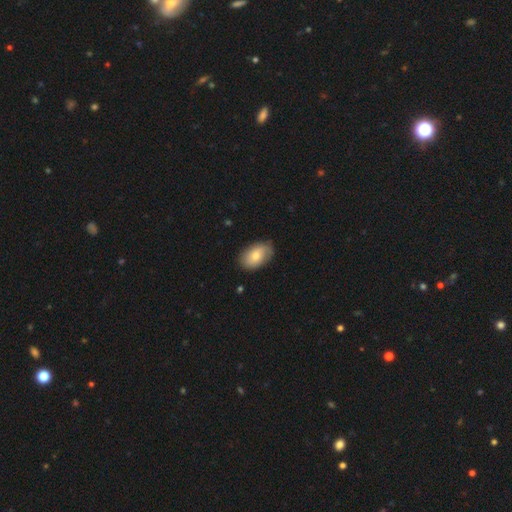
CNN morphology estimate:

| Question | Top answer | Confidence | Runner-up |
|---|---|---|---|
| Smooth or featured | smooth | 71% | featured or disk (23%) |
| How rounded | in between | 90% | round (9%) |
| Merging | none | 81% | minor disturbance (15%) |